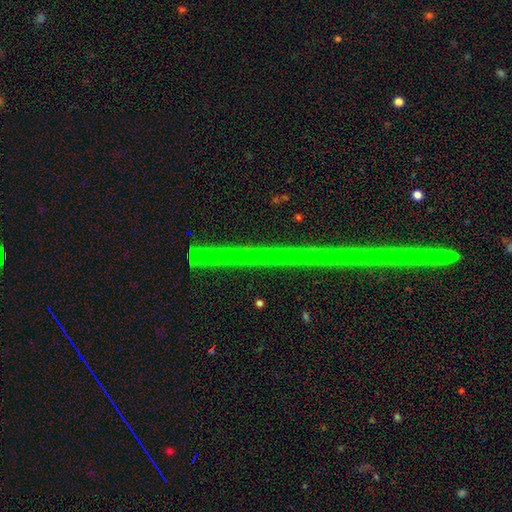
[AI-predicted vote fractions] smooth_or_featured: star or artifact (p=0.79) [alt: featured or disk p=0.14]